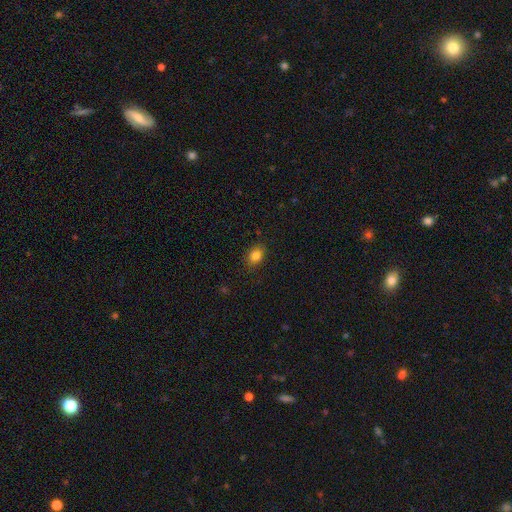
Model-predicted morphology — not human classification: smooth 84%, star or artifact 10%, featured or disk 6%. Down the decision tree: how rounded — in between (66%); merging — none (86%).